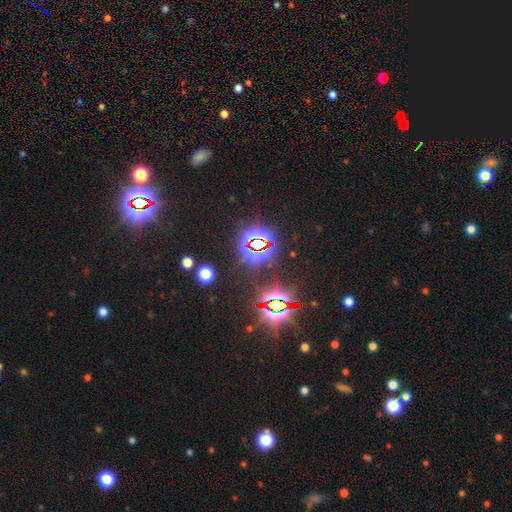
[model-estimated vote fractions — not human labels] A star or artifact, not a galaxy (83%).

Vote fractions:
- Smooth or featured? star or artifact: 83% / smooth: 10% / featured or disk: 7%